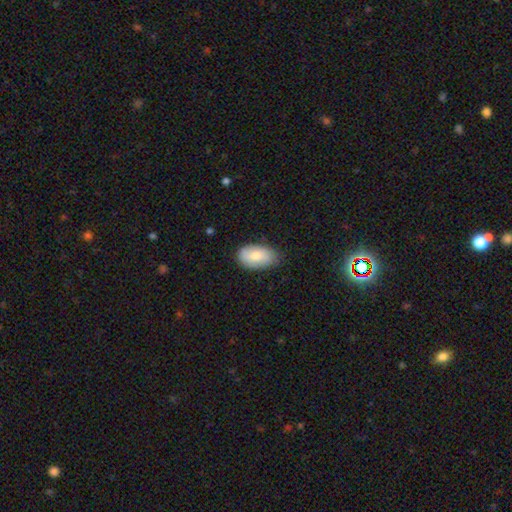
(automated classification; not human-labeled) A smooth galaxy with no disk features (74%) that is in between round and cigar-shaped (93%). Merging: none (76%).